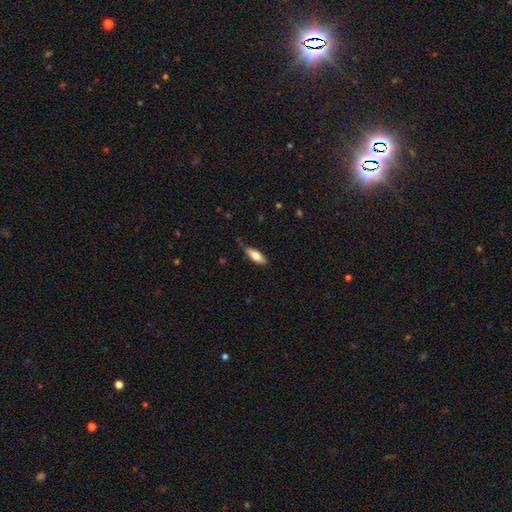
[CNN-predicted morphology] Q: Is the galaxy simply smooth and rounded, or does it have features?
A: smooth — 72%.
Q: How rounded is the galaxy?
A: in between — 66%.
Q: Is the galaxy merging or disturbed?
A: none — 77%.